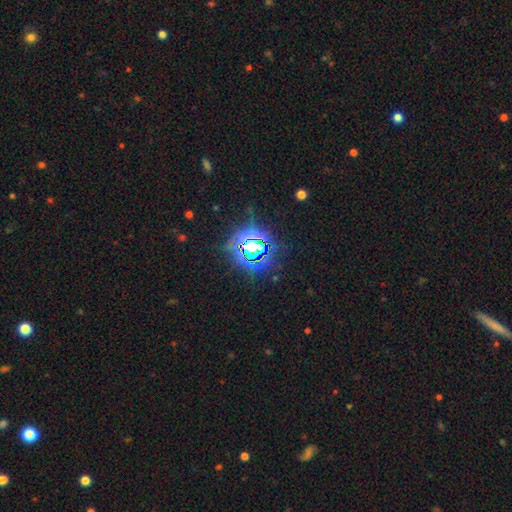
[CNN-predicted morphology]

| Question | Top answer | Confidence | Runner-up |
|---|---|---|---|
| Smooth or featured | star or artifact | 77% | smooth (13%) |